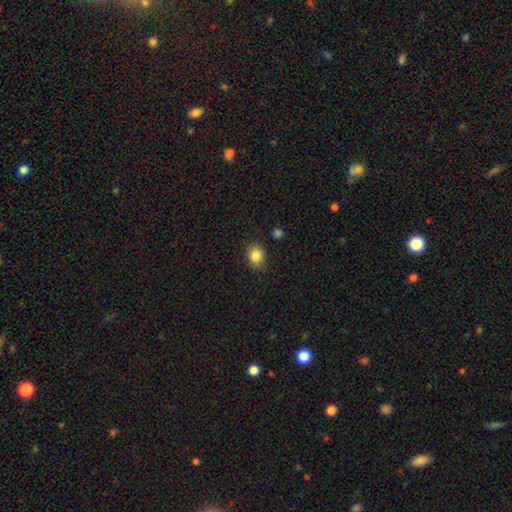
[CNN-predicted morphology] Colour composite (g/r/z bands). It shows a smooth galaxy with no disk features (85%) that is in between round and cigar-shaped (51%). Merging: none (85%).